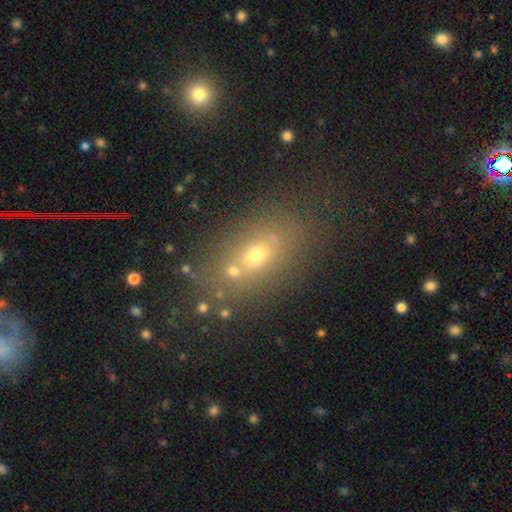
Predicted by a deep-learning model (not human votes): A smooth galaxy with no disk features (54%) that is in between round and cigar-shaped (69%).

Vote fractions:
- Smooth or featured? smooth: 54% / star or artifact: 25% / featured or disk: 21%
- How rounded? in between: 69% / round: 25% / cigar-shaped: 6%
- Merging? none: 62% / merger: 20% / minor disturbance: 12% / major disturbance: 6%